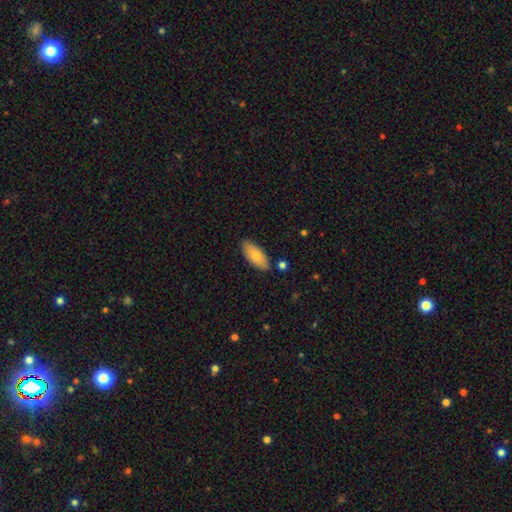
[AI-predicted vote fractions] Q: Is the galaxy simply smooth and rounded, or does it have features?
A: smooth — 79%.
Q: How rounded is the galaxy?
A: in between — 87%.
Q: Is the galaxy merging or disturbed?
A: none — 85%.